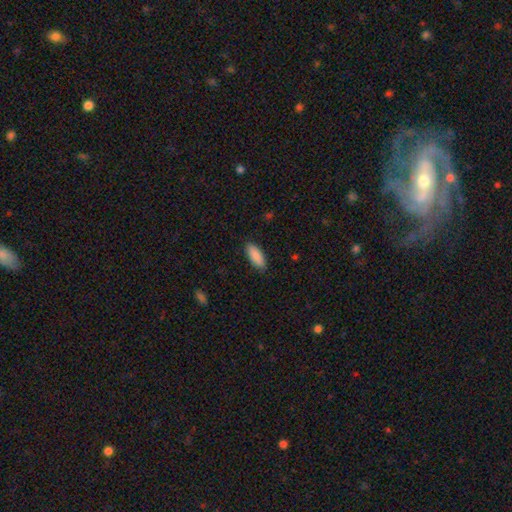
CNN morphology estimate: This is clearly a smooth galaxy (90%). How rounded: likely in between (76%). Merging: clearly none (87%).